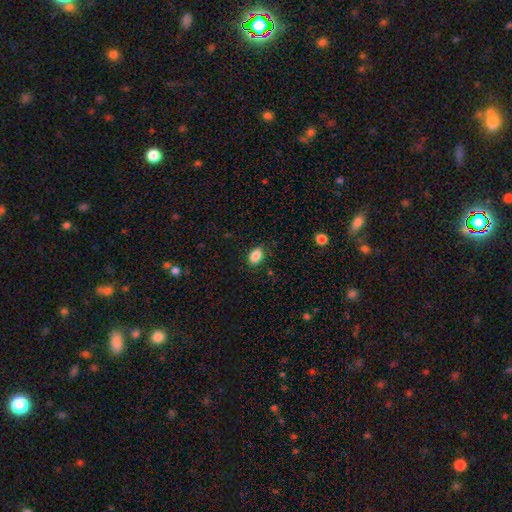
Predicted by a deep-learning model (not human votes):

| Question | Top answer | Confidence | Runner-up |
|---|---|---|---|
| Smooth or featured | smooth | 87% | star or artifact (8%) |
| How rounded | in between | 84% | round (15%) |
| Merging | none | 86% | minor disturbance (11%) |